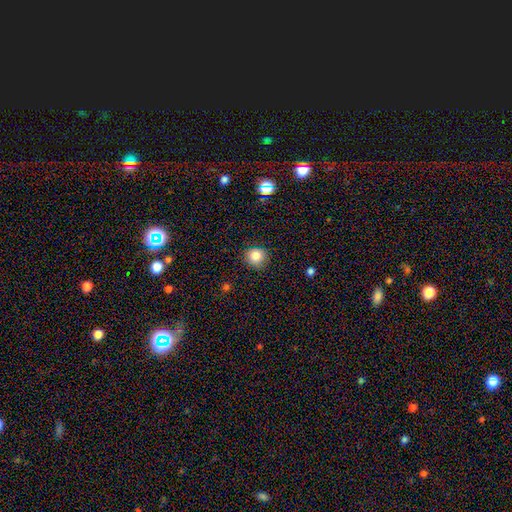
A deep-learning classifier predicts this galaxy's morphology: This appears to be a smooth galaxy with no disk features (82%) that is round (91%). Merging: none (87%).